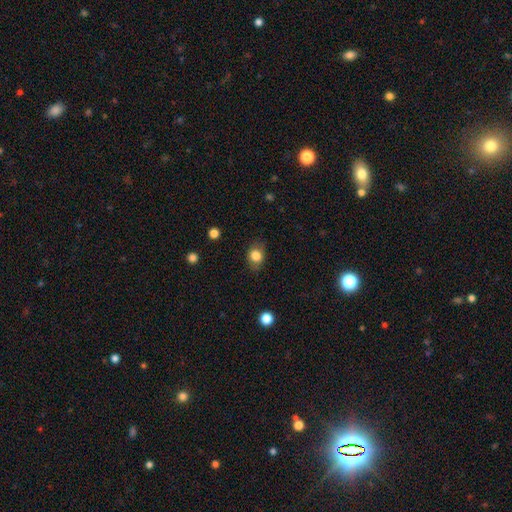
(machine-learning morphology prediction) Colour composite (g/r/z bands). It shows a smooth galaxy with no disk features (81%) that is in between round and cigar-shaped (53%). Merging: none (77%).